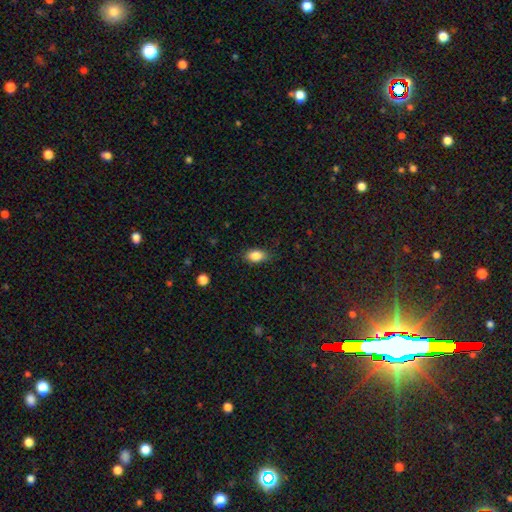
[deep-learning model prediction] A smooth galaxy with no disk features (86%) that is in between round and cigar-shaped (87%). Merging: none (80%).